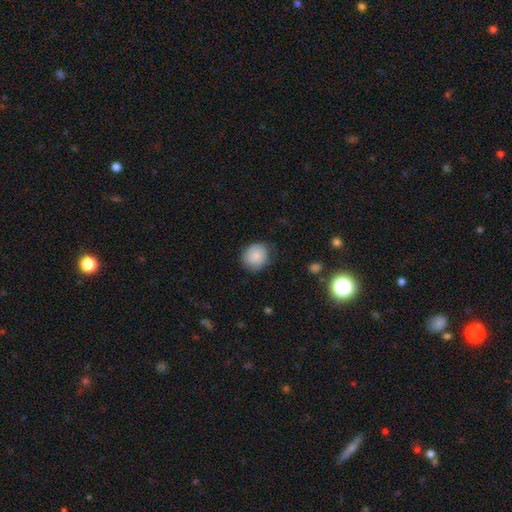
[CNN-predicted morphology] This appears to be a smooth galaxy with no disk features (86%) that is round (79%). Merging: none (79%).